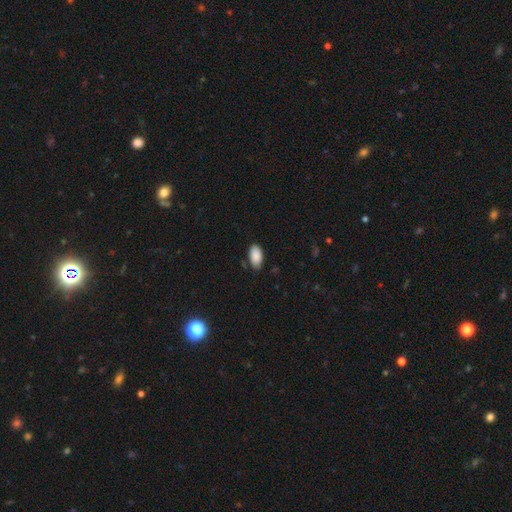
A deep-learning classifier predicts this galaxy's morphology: A smooth galaxy with no disk features (89%) that is in between round and cigar-shaped (95%). Merging: none (81%).